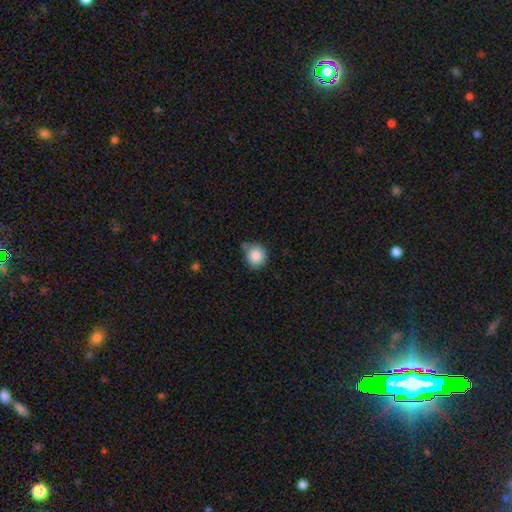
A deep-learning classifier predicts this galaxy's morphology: This is clearly a smooth galaxy (87%). How rounded: clearly round (90%). Merging: likely none (70%).